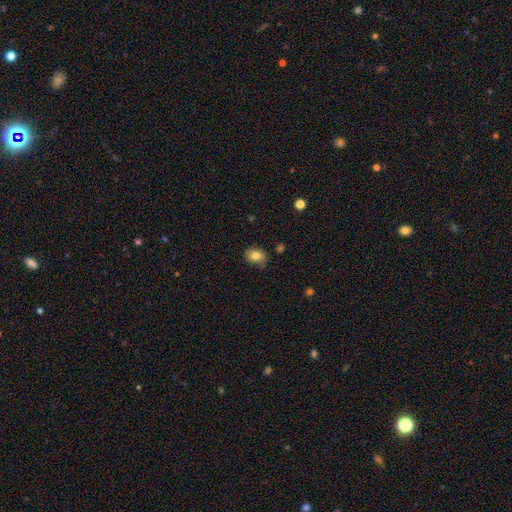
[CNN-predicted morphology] Smooth or featured? smooth (77%)
How rounded? in between (60%)
Merging? none (66%)